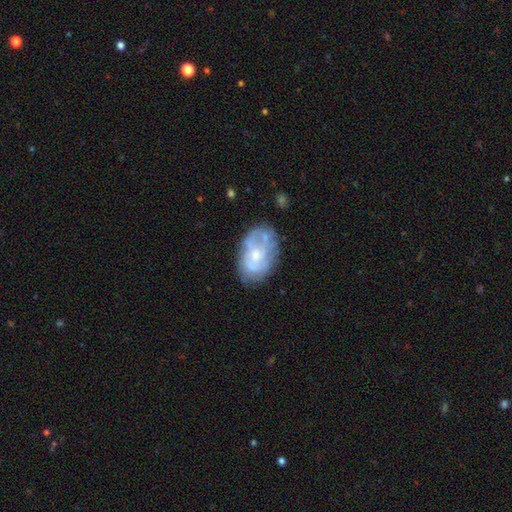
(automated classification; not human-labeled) smooth_or_featured: featured or disk (p=0.60) [alt: smooth p=0.33]
disk_edge_on: no (p=0.97) [alt: yes p=0.03]
bar: no (p=0.78) [alt: weak p=0.19]
has_spiral_arms: no (p=0.53) [alt: yes p=0.47]
bulge_size: small (p=0.48) [alt: moderate p=0.39]
merging: none (p=0.59) [alt: minor disturbance p=0.25]